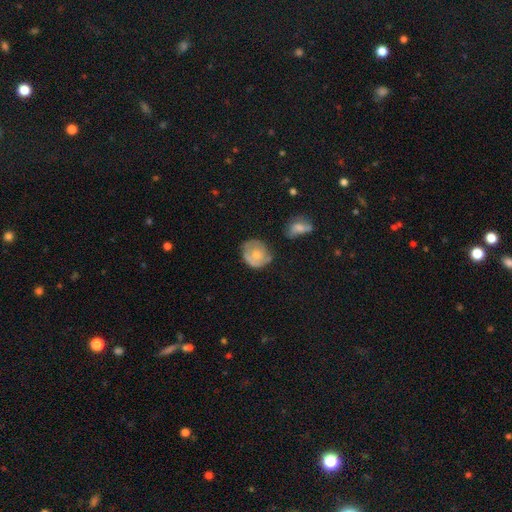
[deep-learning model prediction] Q: Smooth or featured?
A: featured or disk (48%); runner-up: smooth (46%)
Q: Merging?
A: none (56%); runner-up: minor disturbance (28%)